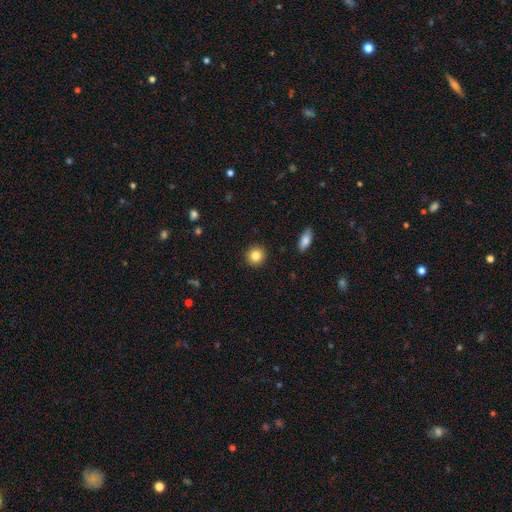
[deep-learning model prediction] Q: Smooth or featured?
A: smooth (83%); runner-up: star or artifact (10%)
Q: How rounded?
A: round (92%); runner-up: in between (7%)
Q: Merging?
A: none (92%); runner-up: minor disturbance (5%)